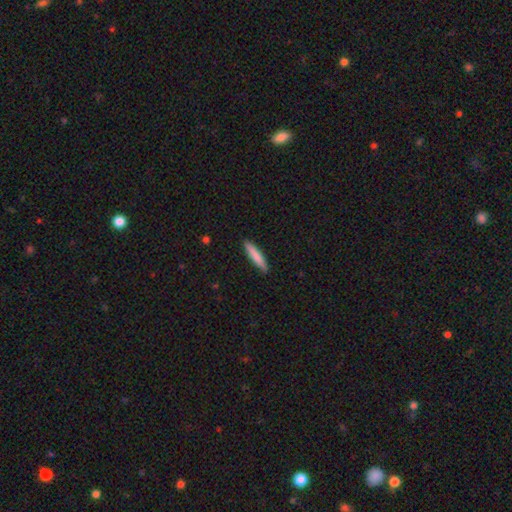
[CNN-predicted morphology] A smooth galaxy with no disk features (81%) that is cigar-shaped (89%).

Vote fractions:
- Smooth or featured? smooth: 81% / featured or disk: 13% / star or artifact: 6%
- How rounded? cigar-shaped: 89% / in between: 10% / round: 1%
- Merging? none: 90% / minor disturbance: 8% / major disturbance: 2% / merger: 1%